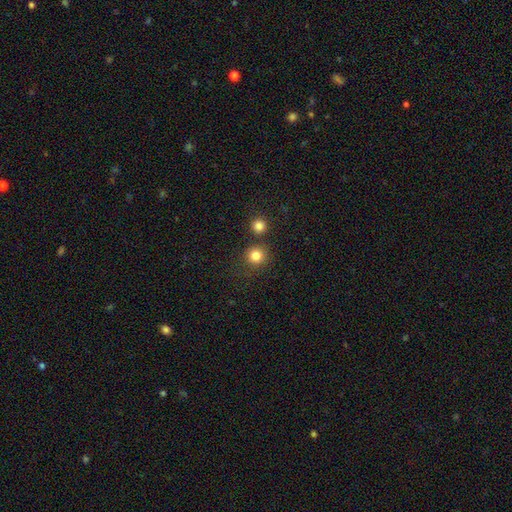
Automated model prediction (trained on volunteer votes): Smooth or featured: smooth — 83% (star or artifact — 12%)
How rounded: round — 93% (in between — 6%)
Merging: none — 79% (merger — 11%)